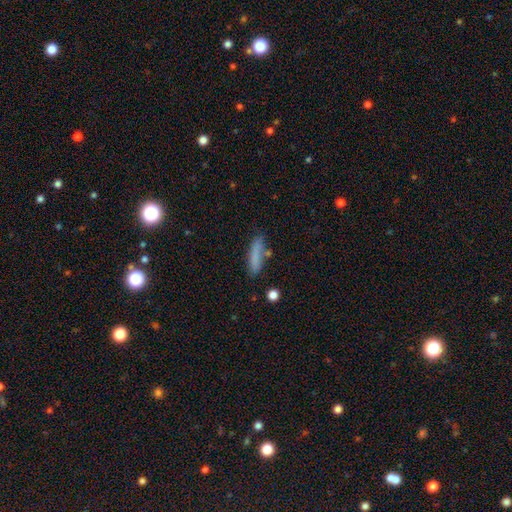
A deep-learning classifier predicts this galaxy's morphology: A smooth galaxy with no disk features (78%) that is cigar-shaped (75%).

Vote fractions:
- Smooth or featured? smooth: 78% / featured or disk: 13% / star or artifact: 9%
- How rounded? cigar-shaped: 75% / in between: 23% / round: 2%
- Merging? none: 69% / minor disturbance: 19% / merger: 7% / major disturbance: 5%